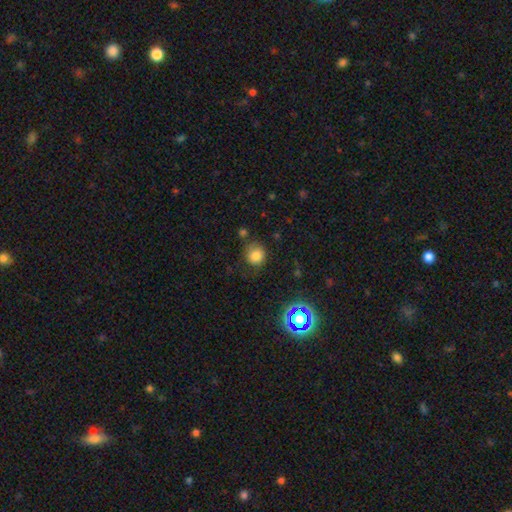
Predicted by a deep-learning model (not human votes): Q: Smooth or featured?
A: smooth (80%); runner-up: star or artifact (12%)
Q: How rounded?
A: round (86%); runner-up: in between (13%)
Q: Merging?
A: none (66%); runner-up: minor disturbance (21%)